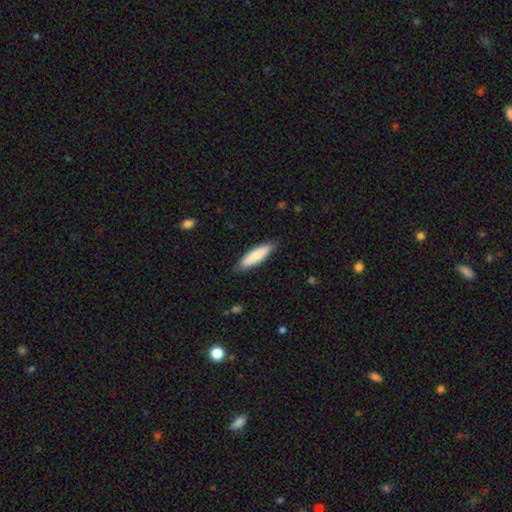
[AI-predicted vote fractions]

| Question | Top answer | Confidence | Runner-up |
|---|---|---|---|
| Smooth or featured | smooth | 77% | featured or disk (18%) |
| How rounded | cigar-shaped | 56% | in between (42%) |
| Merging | none | 83% | minor disturbance (13%) |